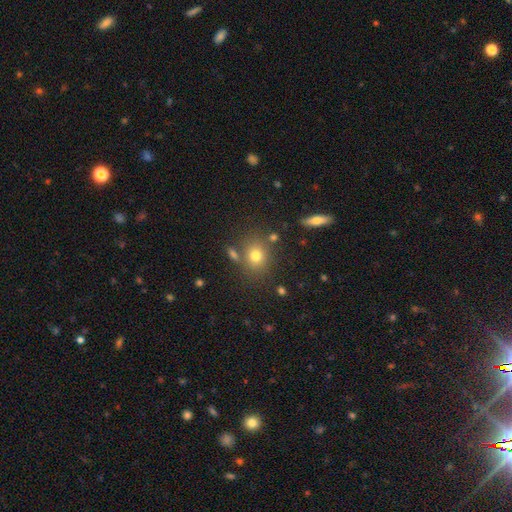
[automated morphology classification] Smooth or featured?
  - smooth: 74% *
  - star or artifact: 14%
  - featured or disk: 11%
How rounded?
  - round: 67% *
  - in between: 32%
  - cigar-shaped: 1%
Merging?
  - none: 76% *
  - minor disturbance: 11%
  - merger: 9%
  - major disturbance: 4%